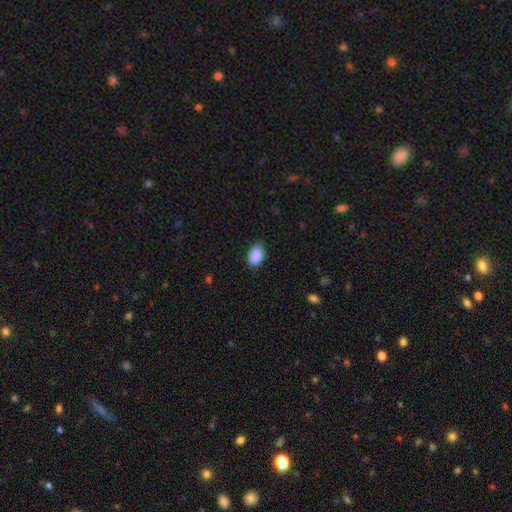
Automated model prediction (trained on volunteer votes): Overall: smooth (90%). How rounded: in between (88%). Merging: none (80%).